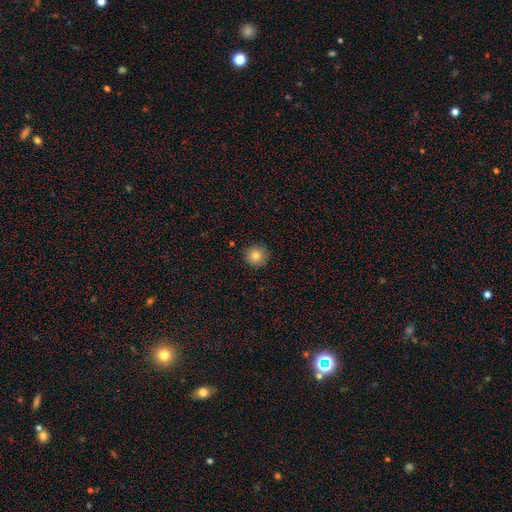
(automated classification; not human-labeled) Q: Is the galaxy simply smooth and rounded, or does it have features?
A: smooth — 82%.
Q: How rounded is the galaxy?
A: round — 94%.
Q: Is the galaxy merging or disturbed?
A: none — 89%.